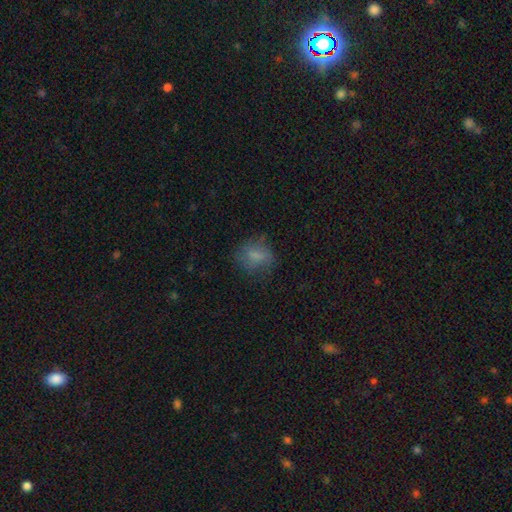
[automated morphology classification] A smooth galaxy with no disk features (70%) that is round (51%).

Vote fractions:
- Smooth or featured? smooth: 70% / featured or disk: 18% / star or artifact: 12%
- How rounded? round: 51% / in between: 47% / cigar-shaped: 3%
- Merging? none: 65% / minor disturbance: 21% / major disturbance: 12% / merger: 2%